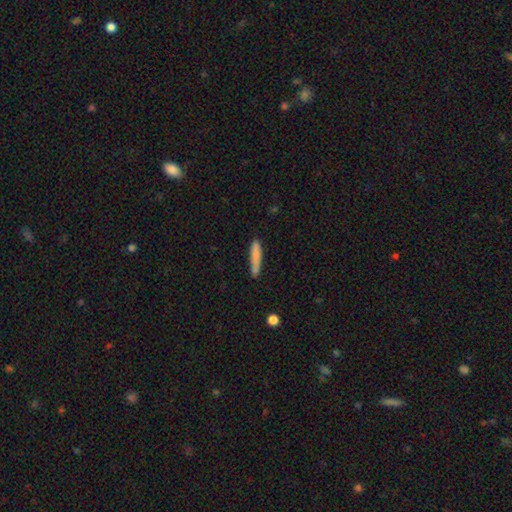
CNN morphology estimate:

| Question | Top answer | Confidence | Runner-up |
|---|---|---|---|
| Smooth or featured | smooth | 78% | featured or disk (15%) |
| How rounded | cigar-shaped | 91% | in between (8%) |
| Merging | none | 72% | minor disturbance (20%) |